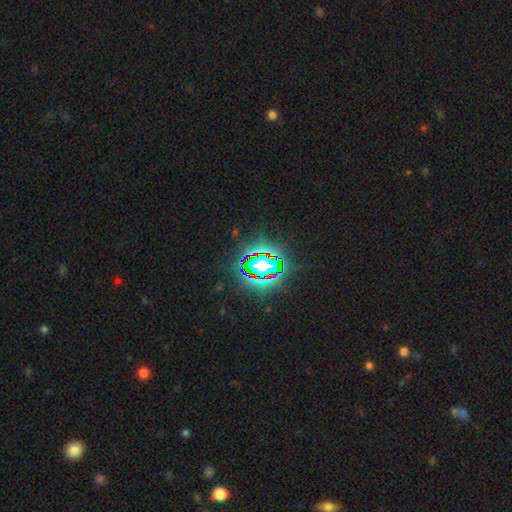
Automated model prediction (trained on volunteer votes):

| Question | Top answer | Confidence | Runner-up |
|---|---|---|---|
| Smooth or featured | star or artifact | 77% | smooth (13%) |